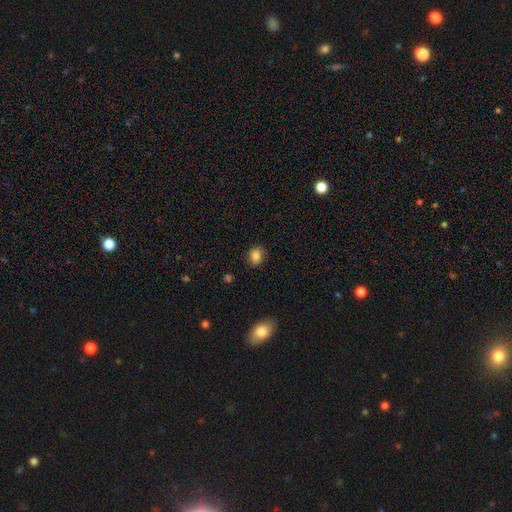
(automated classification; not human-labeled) Smooth or featured: smooth — 83% (star or artifact — 11%)
How rounded: round — 56% (in between — 43%)
Merging: none — 85% (minor disturbance — 11%)